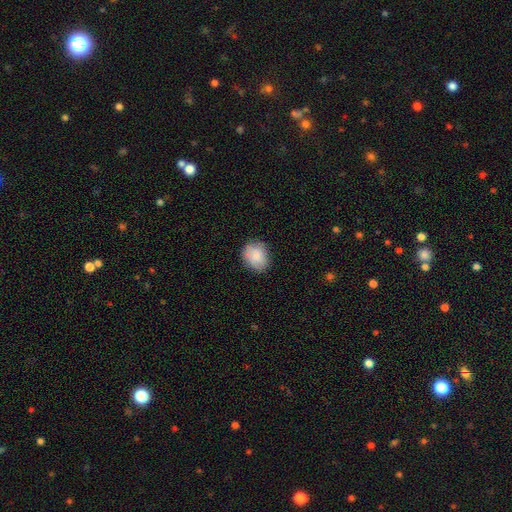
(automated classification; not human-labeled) Morphology: type=smooth (80%); roundness=round (51%); merging=none (75%).